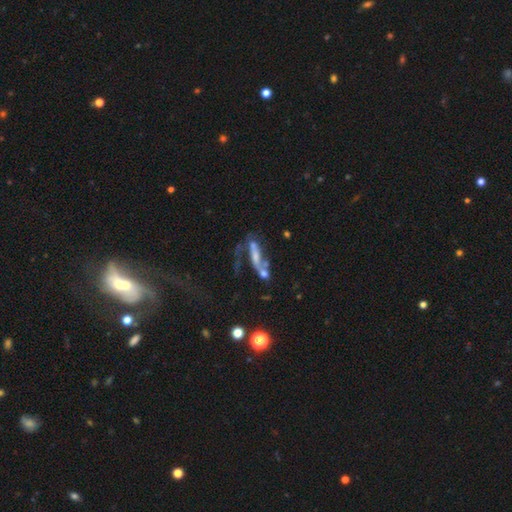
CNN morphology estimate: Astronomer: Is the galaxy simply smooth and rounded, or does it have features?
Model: featured or disk — 54% (runner-up: smooth, 33%).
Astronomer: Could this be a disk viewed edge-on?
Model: no — 70%.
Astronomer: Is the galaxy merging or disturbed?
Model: merger — 33% (runner-up: major disturbance, 29%).